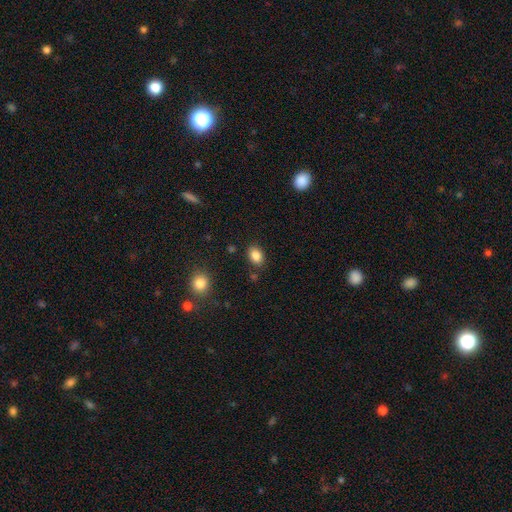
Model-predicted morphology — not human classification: Smooth or featured?
  - smooth: 85% *
  - star or artifact: 9%
  - featured or disk: 5%
How rounded?
  - in between: 74% *
  - round: 25%
  - cigar-shaped: 1%
Merging?
  - none: 83% *
  - minor disturbance: 11%
  - merger: 4%
  - major disturbance: 3%